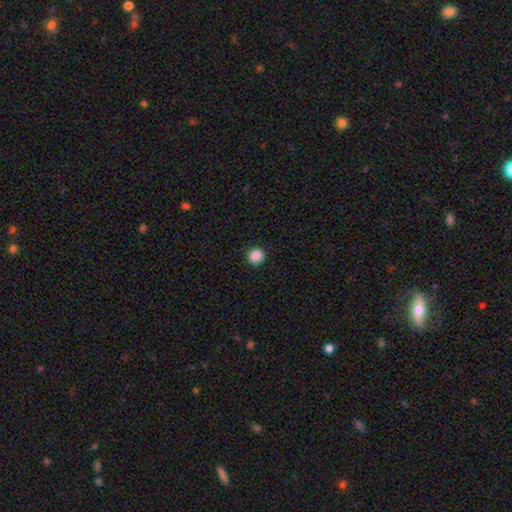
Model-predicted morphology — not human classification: smooth-or-featured: smooth: 88% | star or artifact: 9% | featured or disk: 2%
  how-rounded: round: 94% | in between: 5% | cigar-shaped: 1%
  merging: none: 92% | minor disturbance: 5% | major disturbance: 2% | merger: 1%